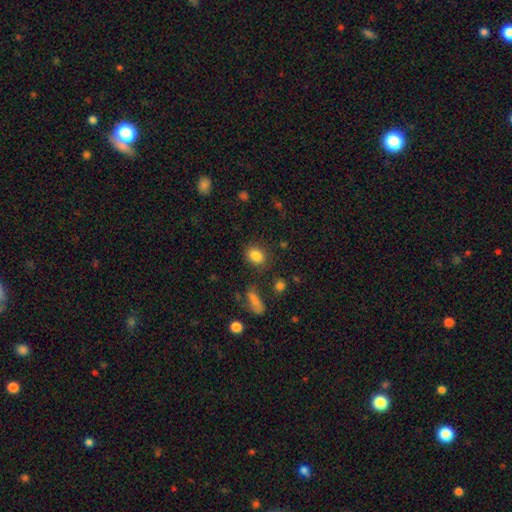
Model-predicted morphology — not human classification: A smooth galaxy with no disk features (84%) that is in between round and cigar-shaped (58%).

Vote fractions:
- Smooth or featured? smooth: 84% / star or artifact: 10% / featured or disk: 6%
- How rounded? in between: 58% / round: 41% / cigar-shaped: 2%
- Merging? none: 80% / minor disturbance: 12% / major disturbance: 4% / merger: 4%